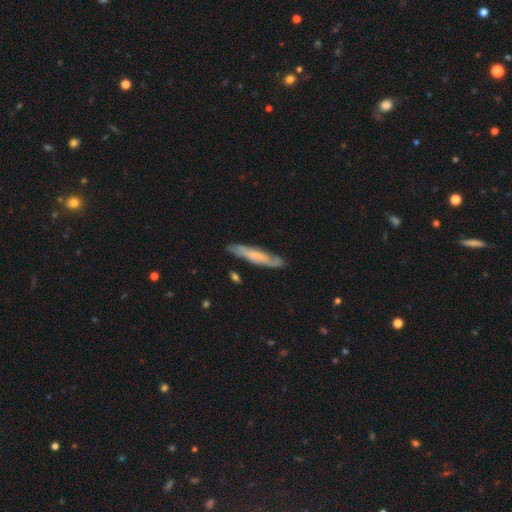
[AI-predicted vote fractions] Smooth or featured? Predicted: featured or disk (p=0.52). Edge-on disk? Predicted: yes (p=0.54). Merging? Predicted: none (p=0.80).